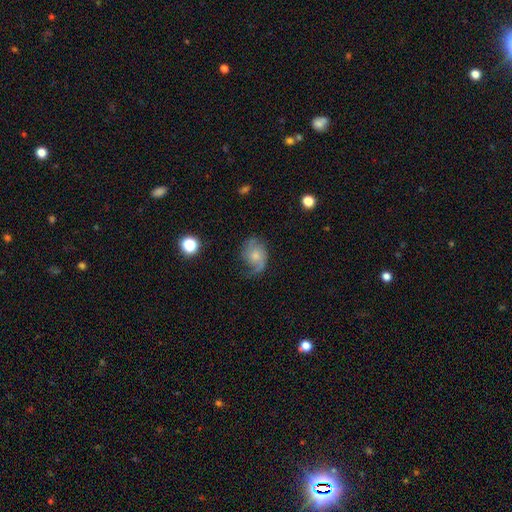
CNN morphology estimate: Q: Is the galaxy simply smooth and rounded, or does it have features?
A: featured or disk — 54%.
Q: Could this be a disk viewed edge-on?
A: no — 96%.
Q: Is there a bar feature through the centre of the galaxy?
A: no — 75%.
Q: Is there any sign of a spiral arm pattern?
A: yes — 84%.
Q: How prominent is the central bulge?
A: moderate — 46%.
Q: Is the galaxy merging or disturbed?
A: none — 46%.